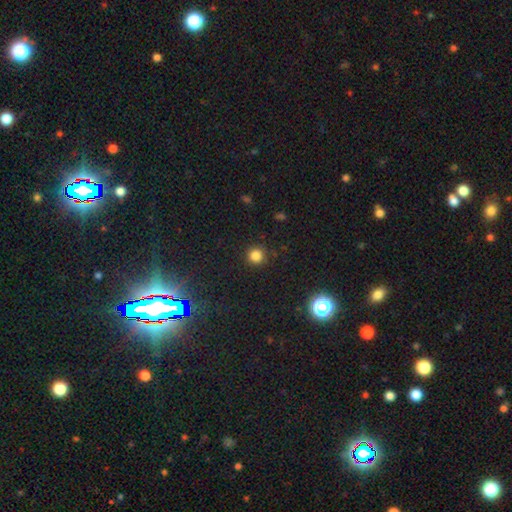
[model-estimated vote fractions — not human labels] Smooth or featured? Predicted: smooth (p=0.81). How rounded? Predicted: round (p=0.94). Merging? Predicted: none (p=0.90).